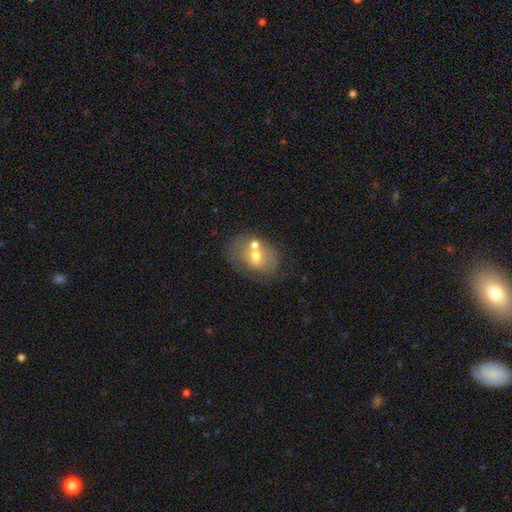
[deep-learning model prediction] This appears to be a smooth galaxy with no disk features (47%). Merging: none (41%).